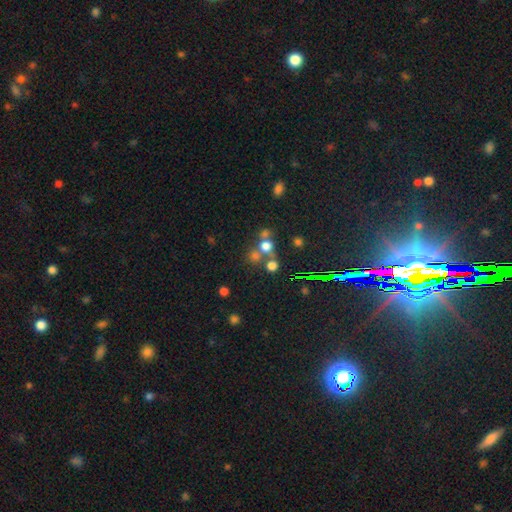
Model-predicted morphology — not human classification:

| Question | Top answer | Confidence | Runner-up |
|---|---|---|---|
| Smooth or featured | smooth | 52% | star or artifact (33%) |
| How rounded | round | 85% | in between (13%) |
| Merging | none | 50% | merger (38%) |